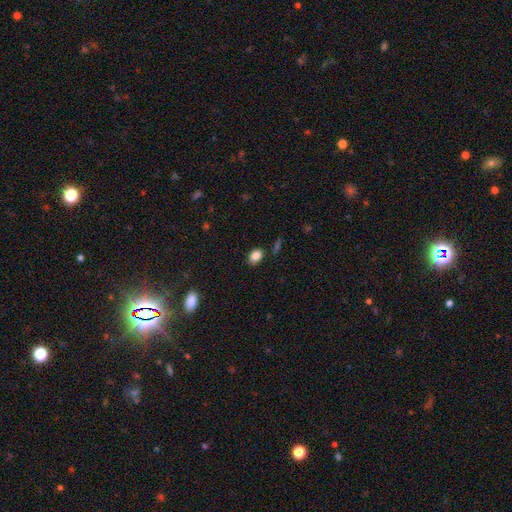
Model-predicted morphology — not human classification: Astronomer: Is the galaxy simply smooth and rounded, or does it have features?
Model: smooth — 85%.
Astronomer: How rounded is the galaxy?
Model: in between — 76%.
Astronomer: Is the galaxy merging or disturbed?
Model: none — 81%.